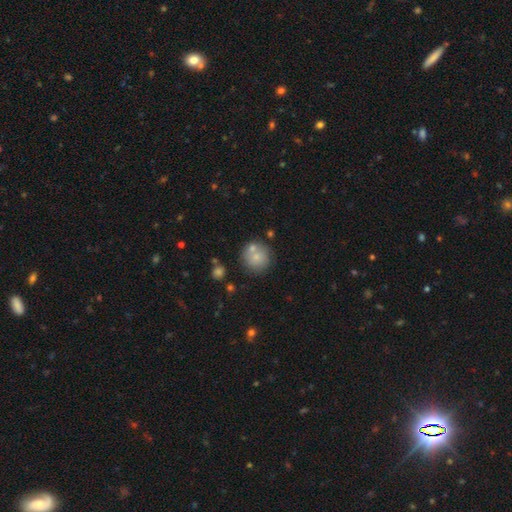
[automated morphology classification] The model was most divided on "merging": none: 64%, merger: 21%, minor disturbance: 12%, major disturbance: 4%. More confident: how rounded — round (92%); smooth or featured — smooth (74%).